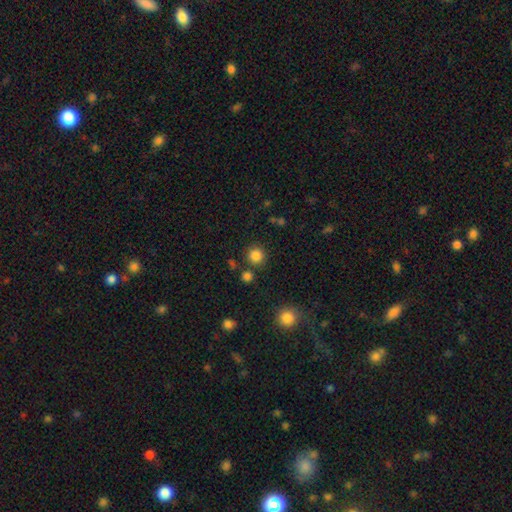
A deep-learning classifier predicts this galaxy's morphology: type=smooth (84%); roundness=round (94%); merging=none (84%).